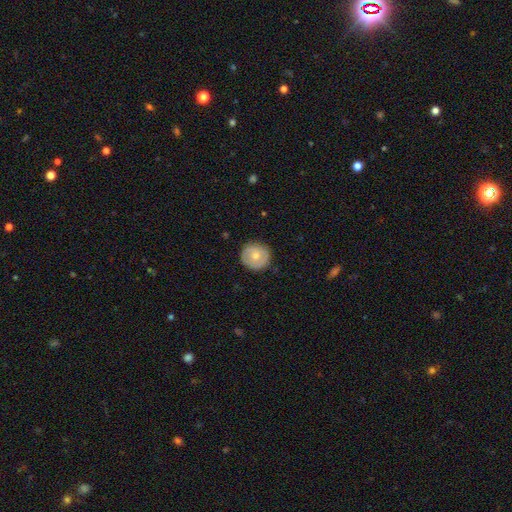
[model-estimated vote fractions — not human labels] Overall: smooth (61%; featured or disk 32%). How rounded: round (93%). Merging: none (85%).